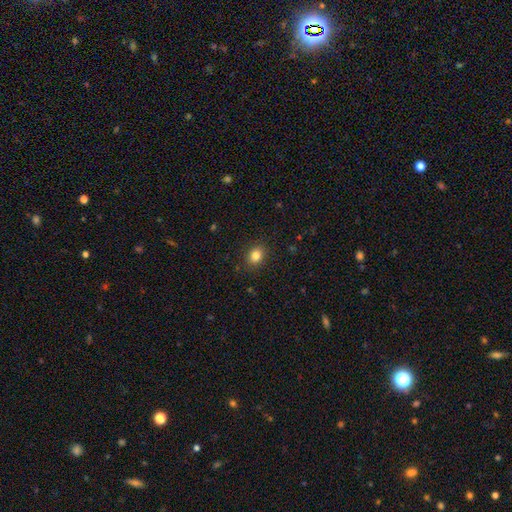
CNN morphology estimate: A smooth galaxy with no disk features (84%) that is round (52%). Merging: none (88%).